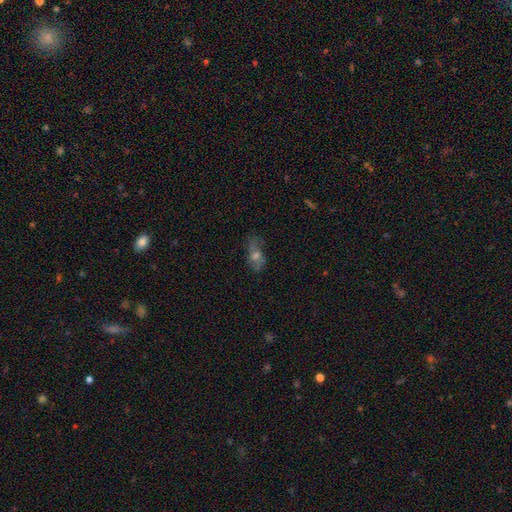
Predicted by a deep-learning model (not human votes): Overall: featured or disk (44%; smooth 39%). Merging: none (70%).